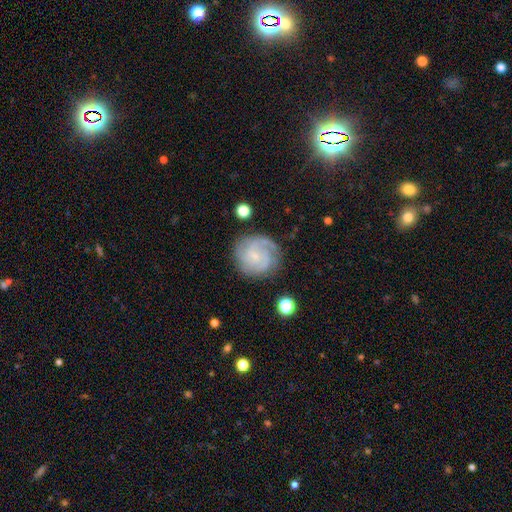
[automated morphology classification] Smooth or featured? featured or disk (76%)
Edge-on disk? no (98%)
Bar? no (65%)
Spiral arms? yes (95%)
Spiral winding? tight (58%)
Spiral arm count? 3 (29%)
Bulge size? small (73%)
Merging? none (74%)